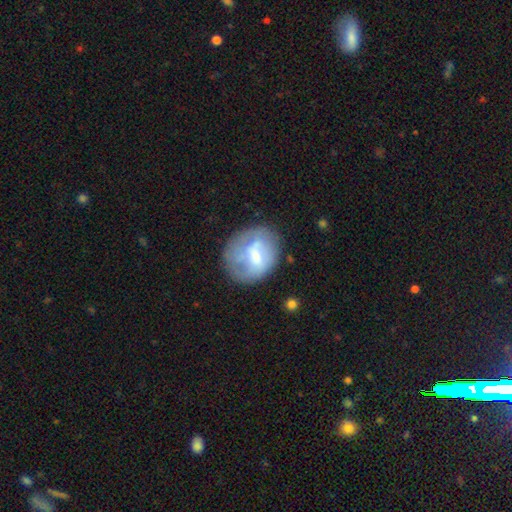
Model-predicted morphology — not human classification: Smooth or featured? Predicted: smooth (p=0.48). Merging? Predicted: none (p=0.54).